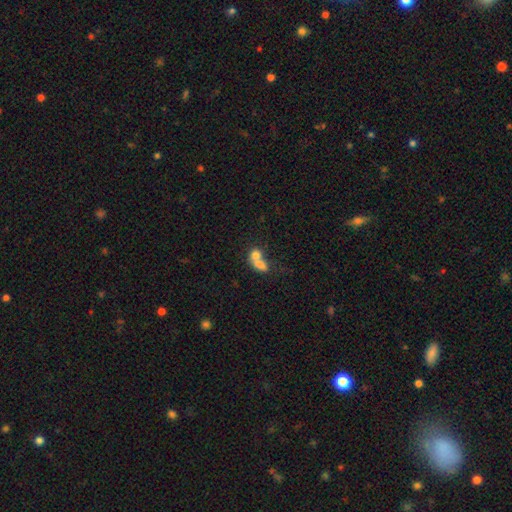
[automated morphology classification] smooth 71%, featured or disk 19%, star or artifact 9%. Down the decision tree: how rounded — in between (55%); merging — merger (73%).